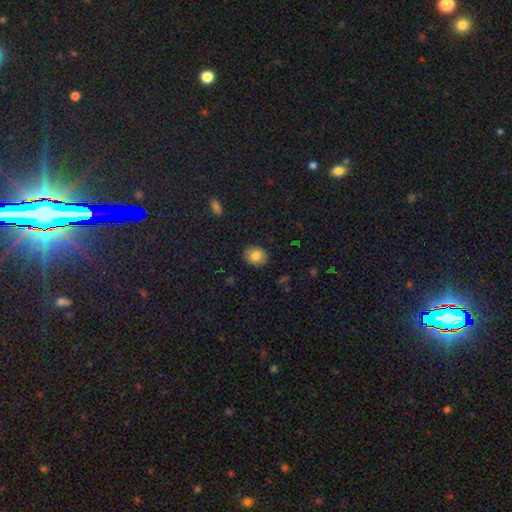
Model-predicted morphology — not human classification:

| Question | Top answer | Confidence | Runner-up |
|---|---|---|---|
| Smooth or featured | smooth | 81% | featured or disk (10%) |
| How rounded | round | 53% | in between (46%) |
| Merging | none | 89% | minor disturbance (8%) |